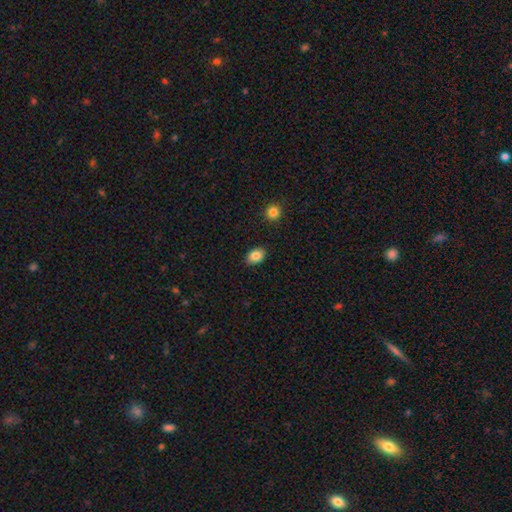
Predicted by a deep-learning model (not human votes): A smooth galaxy with no disk features (85%) that is in between round and cigar-shaped (80%). Merging: none (86%).